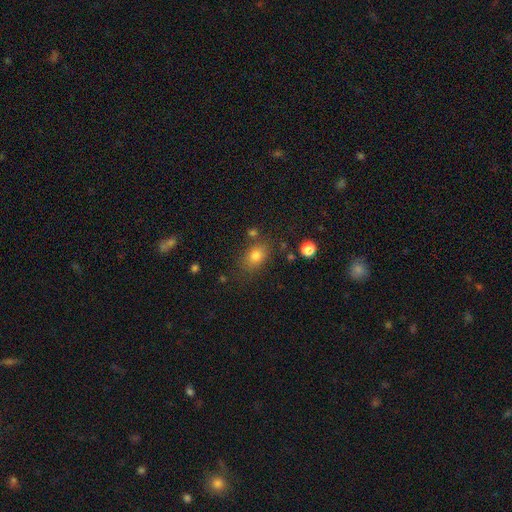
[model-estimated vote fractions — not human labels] smooth_or_featured: smooth (p=0.79) [alt: star or artifact p=0.11]
how_rounded: in between (p=0.73) [alt: round p=0.25]
merging: none (p=0.74) [alt: minor disturbance p=0.15]